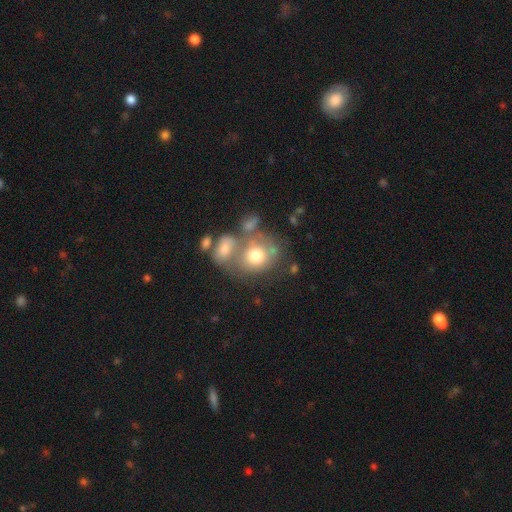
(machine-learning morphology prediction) Smooth or featured: smooth — 68% (featured or disk — 22%)
How rounded: round — 64% (in between — 35%)
Merging: merger — 40% (none — 34%)